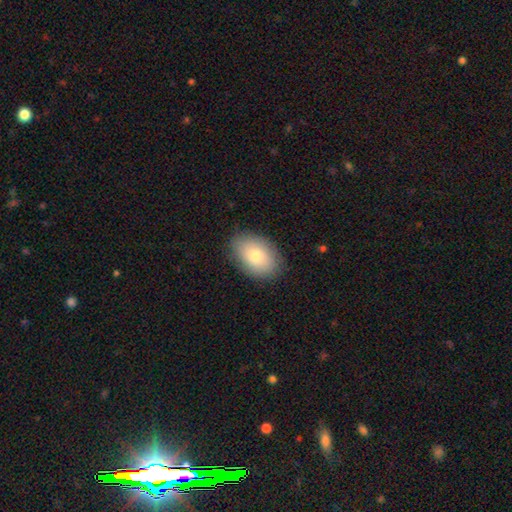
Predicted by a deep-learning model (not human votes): This appears to be a smooth galaxy with no disk features (78%) that is in between round and cigar-shaped (86%). Merging: none (84%).